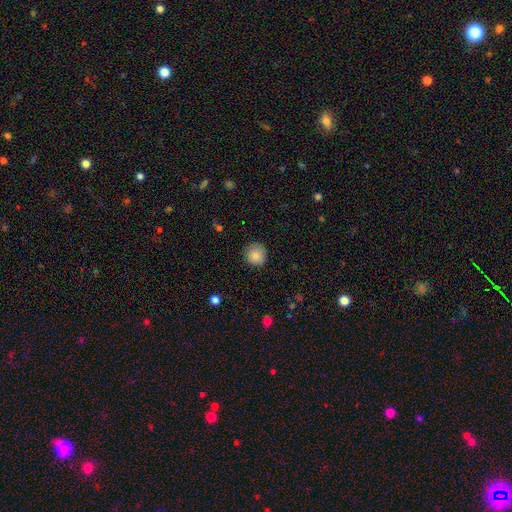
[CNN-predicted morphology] smooth 85%, star or artifact 9%, featured or disk 6%. Down the decision tree: how rounded — round (93%); merging — none (87%).